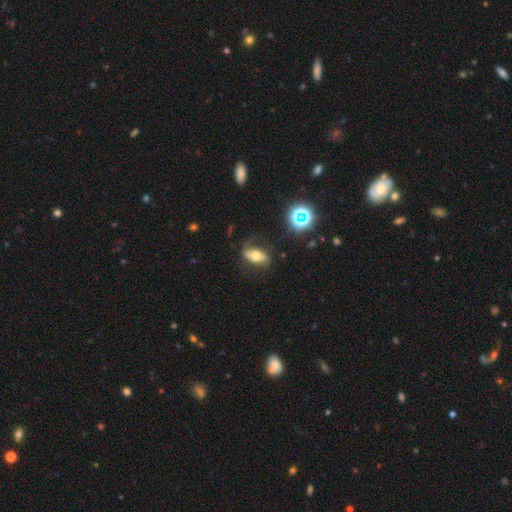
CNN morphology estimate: Smooth or featured?
  - featured or disk: 44% *
  - smooth: 43%
  - star or artifact: 13%
Merging?
  - none: 59% *
  - minor disturbance: 22%
  - major disturbance: 17%
  - merger: 3%